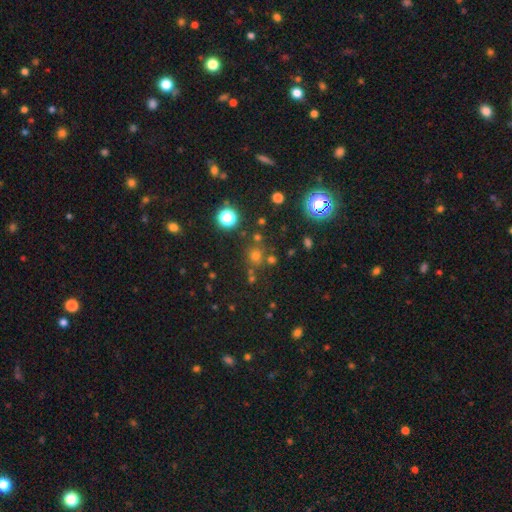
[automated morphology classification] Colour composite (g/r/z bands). It shows a smooth galaxy with no disk features (54%) that is round (90%). Merging: none (75%).